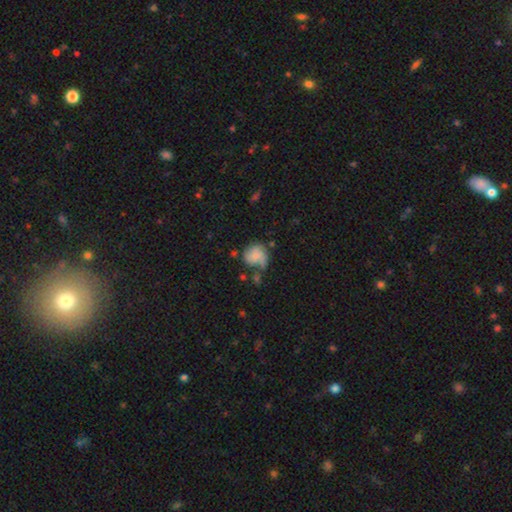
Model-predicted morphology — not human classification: Smooth or featured? smooth (52%)
How rounded? round (72%)
Merging? none (40%)